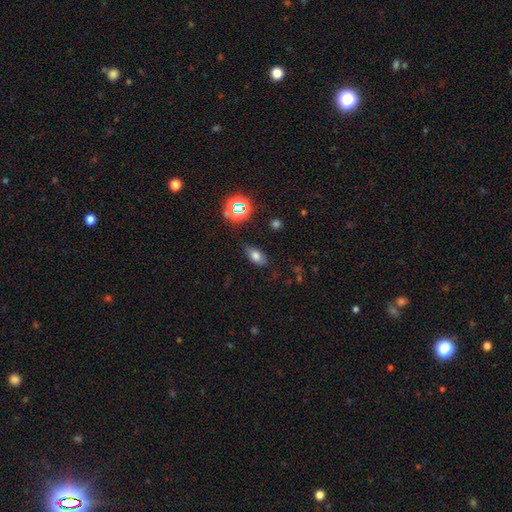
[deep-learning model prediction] A smooth galaxy with no disk features (72%) that is in between round and cigar-shaped (87%).

Vote fractions:
- Smooth or featured? smooth: 72% / star or artifact: 15% / featured or disk: 12%
- How rounded? in between: 87% / round: 8% / cigar-shaped: 6%
- Merging? none: 80% / minor disturbance: 15% / major disturbance: 4% / merger: 2%